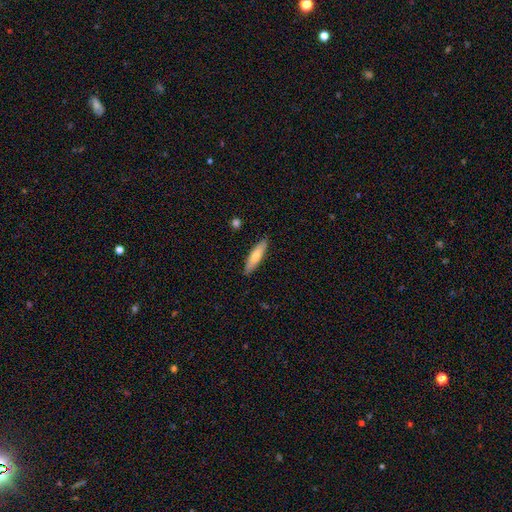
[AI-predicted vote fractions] Overall: smooth (67%; featured or disk 28%). How rounded: cigar-shaped (70%). Merging: none (88%).